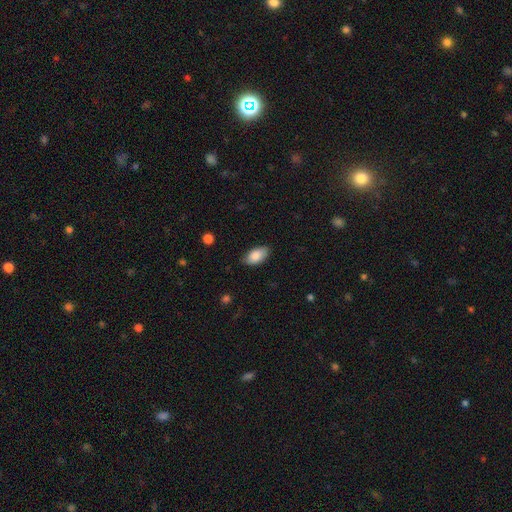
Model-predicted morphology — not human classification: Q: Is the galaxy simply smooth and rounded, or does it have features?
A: smooth — 86%.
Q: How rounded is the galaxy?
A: in between — 95%.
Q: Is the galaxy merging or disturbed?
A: none — 80%.